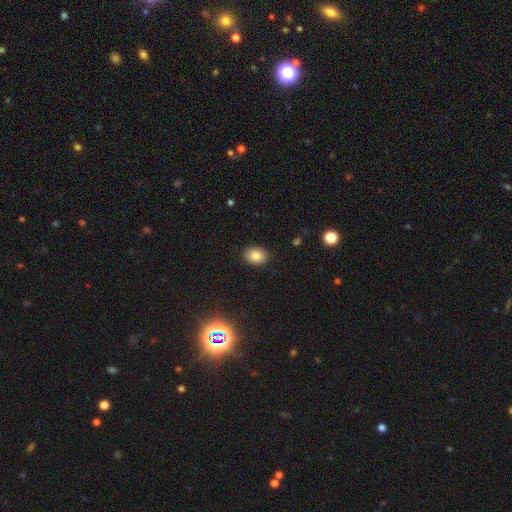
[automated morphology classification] A smooth galaxy with no disk features (84%) that is in between round and cigar-shaped (65%).

Vote fractions:
- Smooth or featured? smooth: 84% / star or artifact: 10% / featured or disk: 6%
- How rounded? in between: 65% / round: 34% / cigar-shaped: 1%
- Merging? none: 89% / minor disturbance: 8% / major disturbance: 2% / merger: 1%